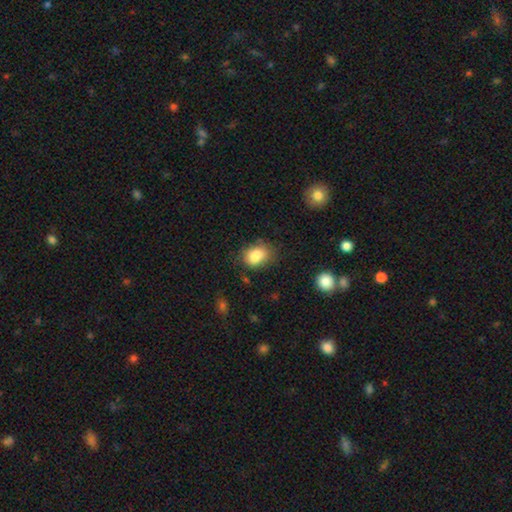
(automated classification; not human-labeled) Q: Smooth or featured?
A: smooth (85%); runner-up: star or artifact (8%)
Q: How rounded?
A: in between (67%); runner-up: round (32%)
Q: Merging?
A: none (66%); runner-up: minor disturbance (24%)